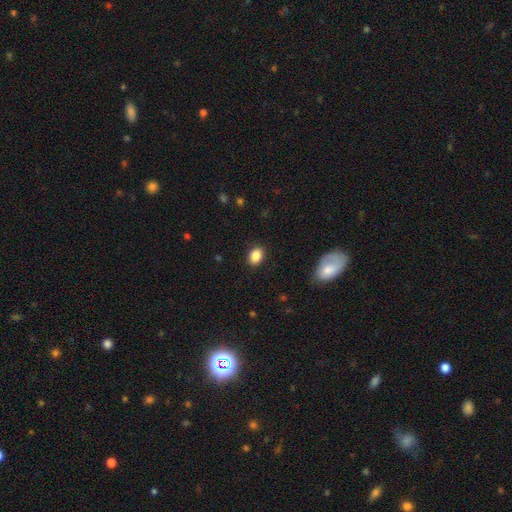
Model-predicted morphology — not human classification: Overall: smooth (87%). How rounded: in between (71%). Merging: none (88%).